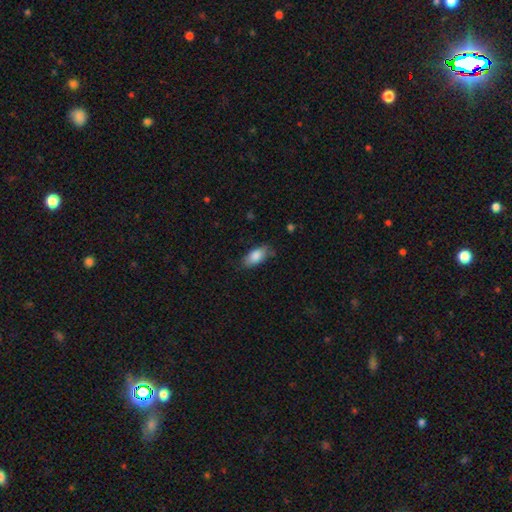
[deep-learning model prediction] Smooth or featured: smooth — 84% (featured or disk — 9%)
How rounded: in between — 89% (cigar-shaped — 8%)
Merging: none — 75% (minor disturbance — 19%)